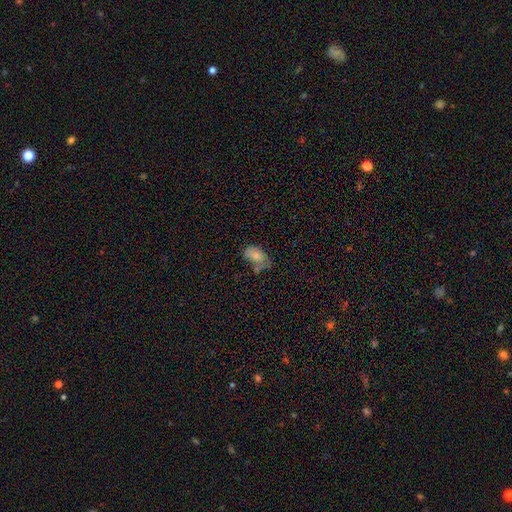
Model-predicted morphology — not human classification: A smooth galaxy with no disk features (76%) that is in between round and cigar-shaped (89%). Merging: none (38%).